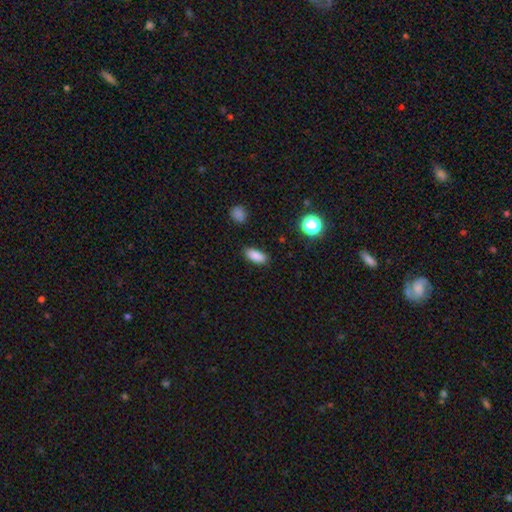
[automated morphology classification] Q: Smooth or featured?
A: smooth (85%); runner-up: star or artifact (10%)
Q: How rounded?
A: in between (83%); runner-up: cigar-shaped (13%)
Q: Merging?
A: none (87%); runner-up: minor disturbance (9%)